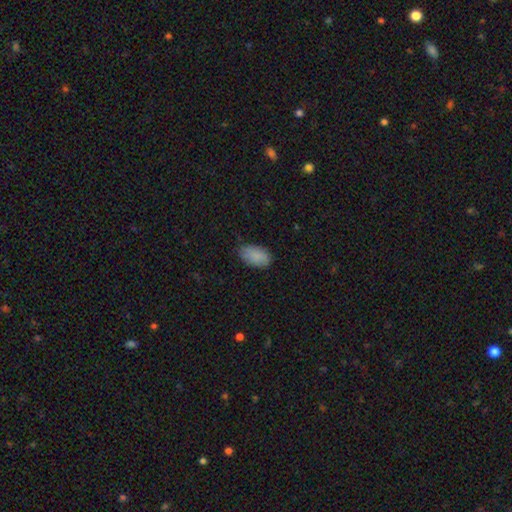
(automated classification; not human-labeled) Overall: smooth (87%). How rounded: in between (94%). Merging: none (78%).